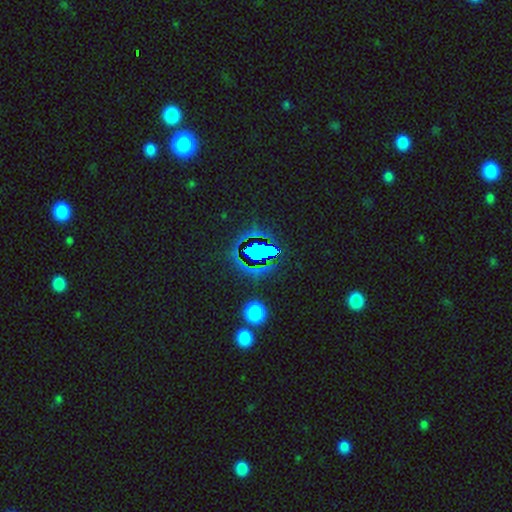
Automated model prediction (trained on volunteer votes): Smooth or featured: star or artifact — 78% (smooth — 13%)